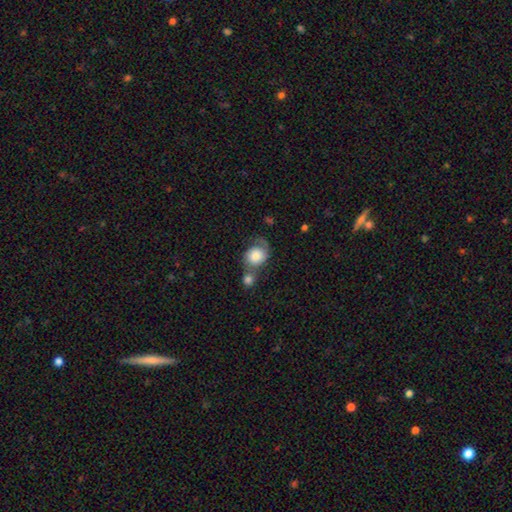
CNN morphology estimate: Smooth or featured? smooth (65%)
How rounded? round (67%)
Merging? merger (41%)